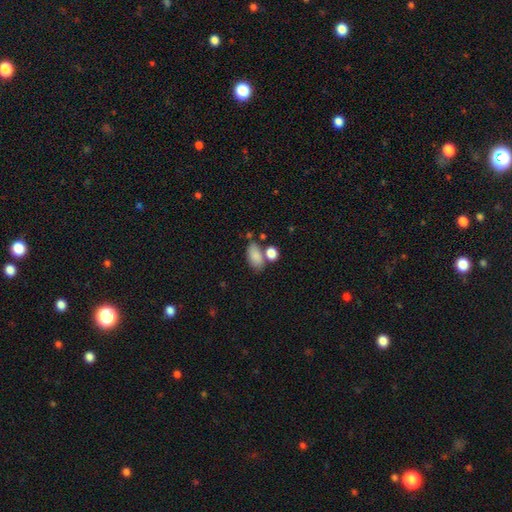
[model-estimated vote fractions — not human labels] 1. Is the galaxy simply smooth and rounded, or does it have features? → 84% smooth, 8% star or artifact, 8% featured or disk.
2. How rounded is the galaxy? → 89% in between, 8% round, 3% cigar-shaped.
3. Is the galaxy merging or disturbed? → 54% none, 24% merger, 16% minor disturbance, 6% major disturbance.